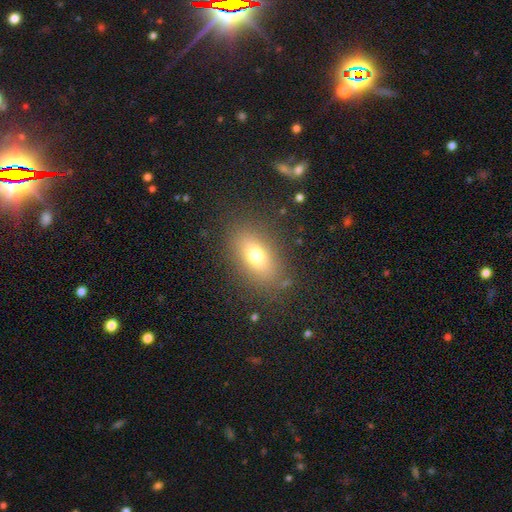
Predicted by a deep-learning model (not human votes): smooth-or-featured: smooth: 72% | featured or disk: 16% | star or artifact: 12%
  how-rounded: in between: 83% | round: 9% | cigar-shaped: 7%
  merging: none: 83% | minor disturbance: 11% | major disturbance: 5% | merger: 2%